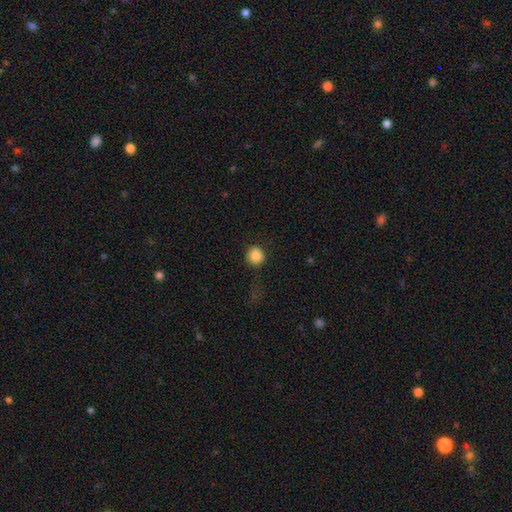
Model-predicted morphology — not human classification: Smooth or featured? smooth (86%)
How rounded? round (88%)
Merging? none (78%)